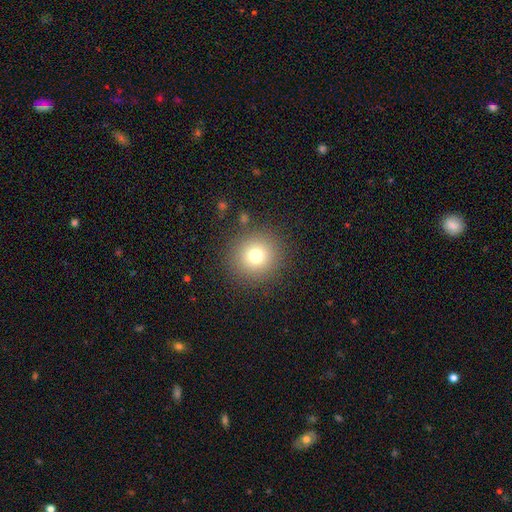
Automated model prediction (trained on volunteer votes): The model was most divided on "smooth or featured": smooth: 76%, star or artifact: 14%, featured or disk: 10%. More confident: how rounded — round (94%); merging — none (88%).